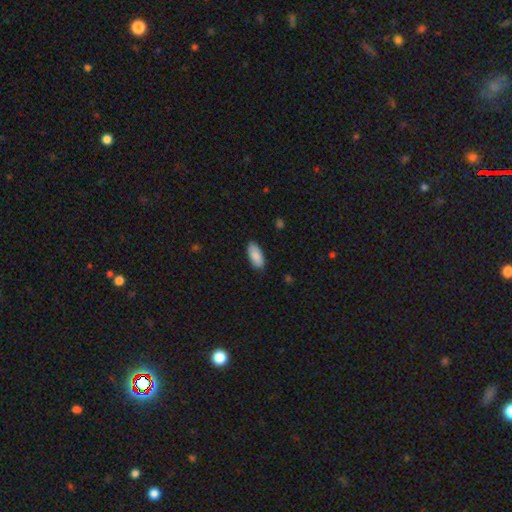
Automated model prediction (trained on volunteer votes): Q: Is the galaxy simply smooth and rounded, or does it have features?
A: smooth — 88%.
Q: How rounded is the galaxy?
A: in between — 88%.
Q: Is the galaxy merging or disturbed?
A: none — 85%.